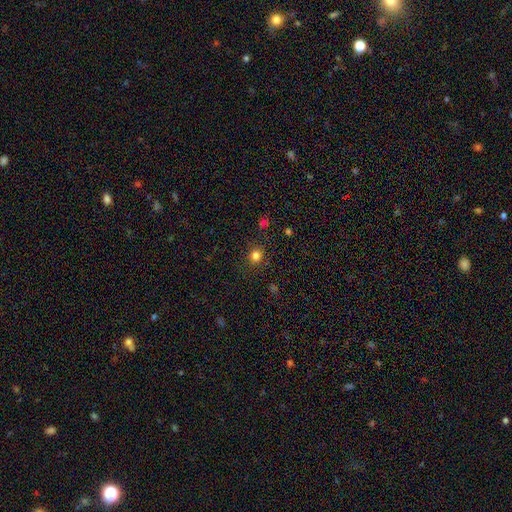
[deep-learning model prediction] Smooth or featured?
  - smooth: 81% *
  - star or artifact: 14%
  - featured or disk: 5%
How rounded?
  - round: 87% *
  - in between: 12%
  - cigar-shaped: 1%
Merging?
  - none: 88% *
  - minor disturbance: 8%
  - major disturbance: 3%
  - merger: 2%